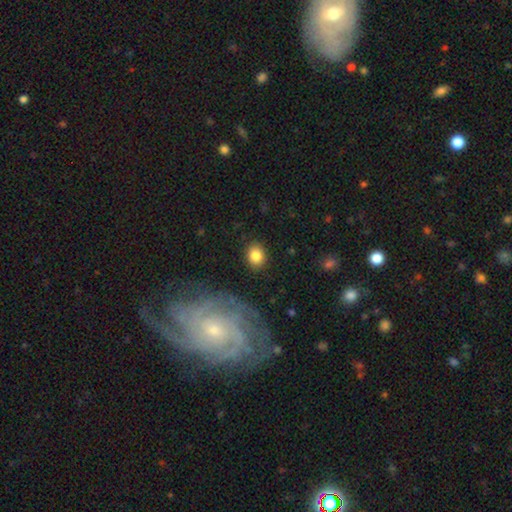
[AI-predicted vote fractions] smooth-or-featured: smooth: 85% | star or artifact: 8% | featured or disk: 7%
  how-rounded: round: 58% | in between: 41% | cigar-shaped: 1%
  merging: none: 88% | minor disturbance: 8% | major disturbance: 3% | merger: 2%